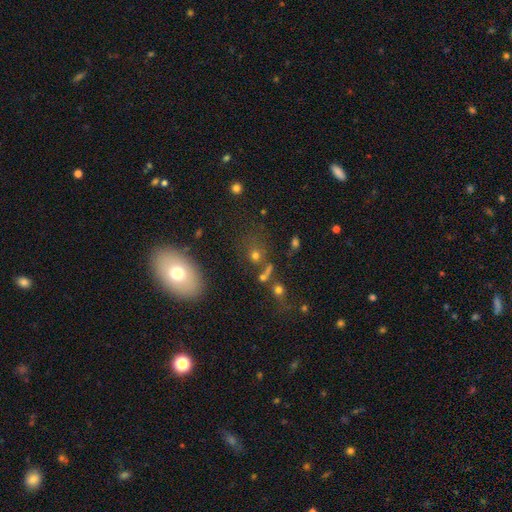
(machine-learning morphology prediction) smooth-or-featured: smooth: 54% | star or artifact: 27% | featured or disk: 19%
  how-rounded: round: 54% | in between: 42% | cigar-shaped: 3%
  merging: none: 63% | merger: 14% | minor disturbance: 13% | major disturbance: 10%